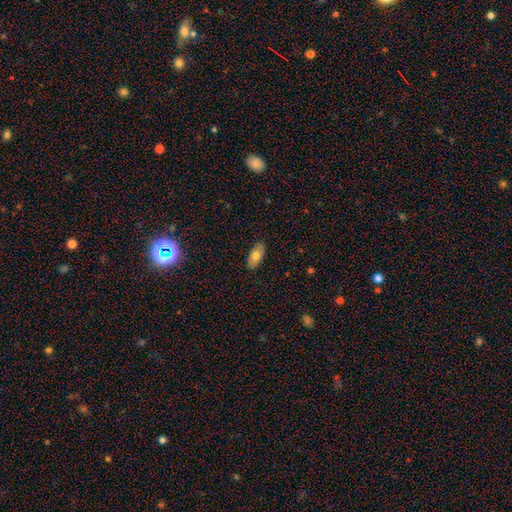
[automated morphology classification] Overall: smooth (73%). How rounded: in between (91%). Merging: none (87%).